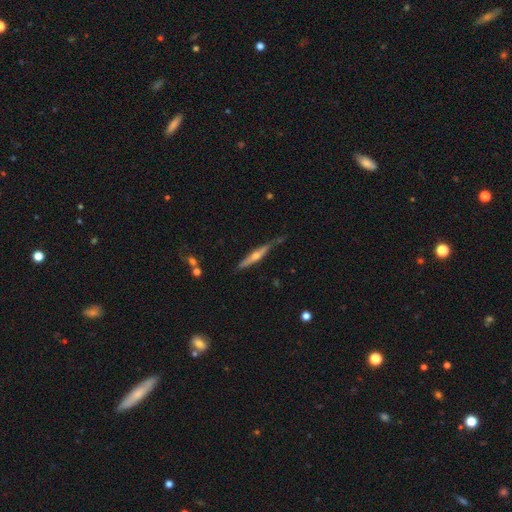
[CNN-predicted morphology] smooth-or-featured: featured or disk: 67% | smooth: 27% | star or artifact: 6%
  disk-edge-on: yes: 95% | no: 5%
    edge-on-bulge: rounded: 88% | none: 8% | boxy: 4%
  merging: none: 66% | minor disturbance: 25% | major disturbance: 5% | merger: 4%